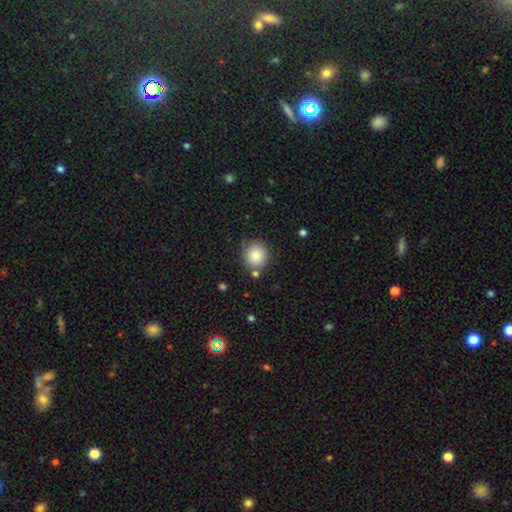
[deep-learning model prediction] Smooth or featured: smooth — 86% (star or artifact — 9%)
How rounded: round — 87% (in between — 12%)
Merging: none — 79% (minor disturbance — 11%)